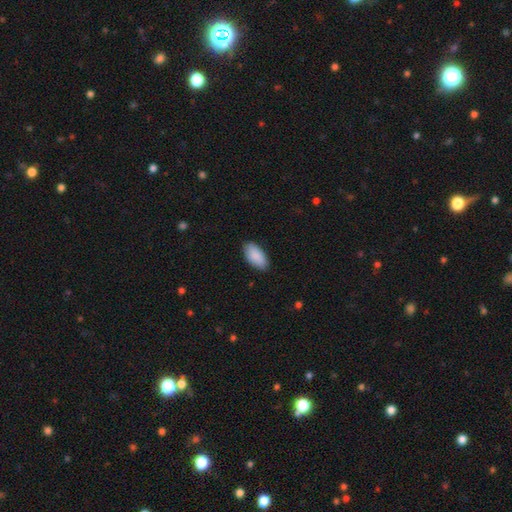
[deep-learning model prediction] A smooth galaxy with no disk features (90%) that is in between round and cigar-shaped (94%). Merging: none (86%).